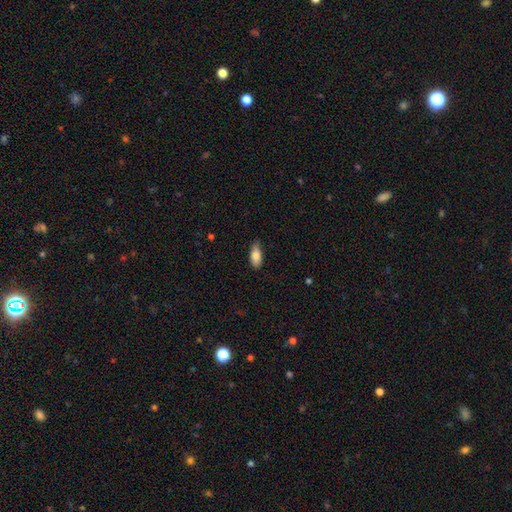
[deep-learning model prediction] Smooth or featured?
  - smooth: 83% *
  - featured or disk: 11%
  - star or artifact: 6%
How rounded?
  - in between: 83% *
  - cigar-shaped: 14%
  - round: 2%
Merging?
  - none: 76% *
  - minor disturbance: 20%
  - major disturbance: 3%
  - merger: 1%